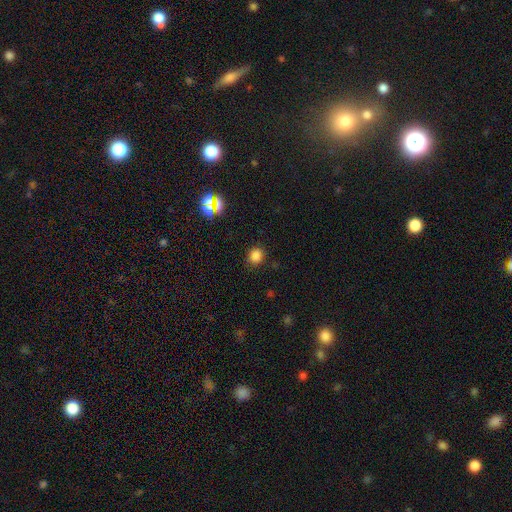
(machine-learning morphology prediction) Smooth or featured? Predicted: smooth (p=0.79). How rounded? Predicted: round (p=0.80). Merging? Predicted: none (p=0.87).